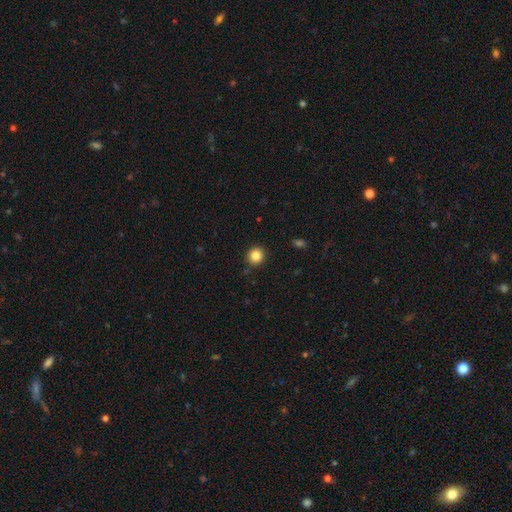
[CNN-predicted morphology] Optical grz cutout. It shows a smooth galaxy with no disk features (85%) that is round (92%). Merging: none (90%).